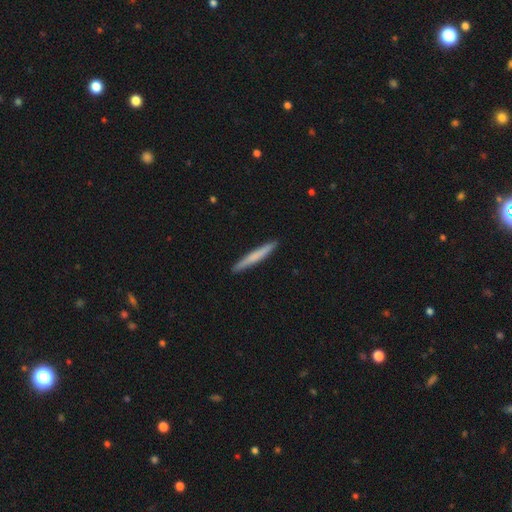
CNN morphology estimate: The model was most divided on "smooth or featured": smooth: 65%, featured or disk: 30%, star or artifact: 5%. More confident: how rounded — cigar-shaped (97%); merging — none (93%).